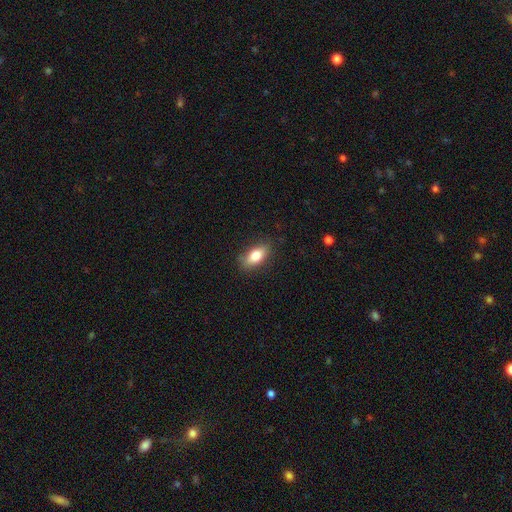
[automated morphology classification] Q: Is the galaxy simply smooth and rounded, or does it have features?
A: smooth — 79%.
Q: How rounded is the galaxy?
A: in between — 84%.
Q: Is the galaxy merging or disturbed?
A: none — 85%.